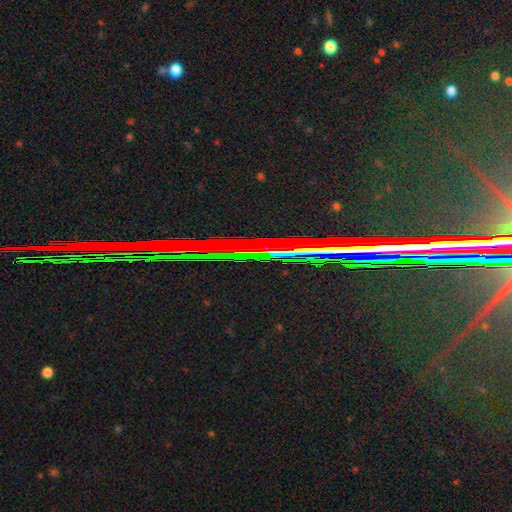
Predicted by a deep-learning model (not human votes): Morphology: type=star or artifact (83%).